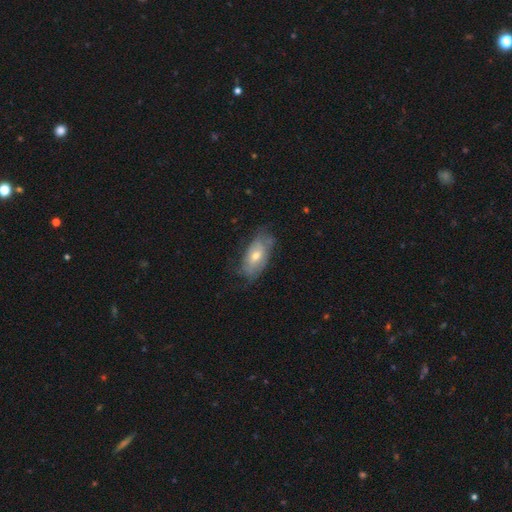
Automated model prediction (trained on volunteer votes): smooth-or-featured: smooth: 47% | featured or disk: 46% | star or artifact: 7%
  merging: none: 59% | minor disturbance: 29% | major disturbance: 10% | merger: 2%